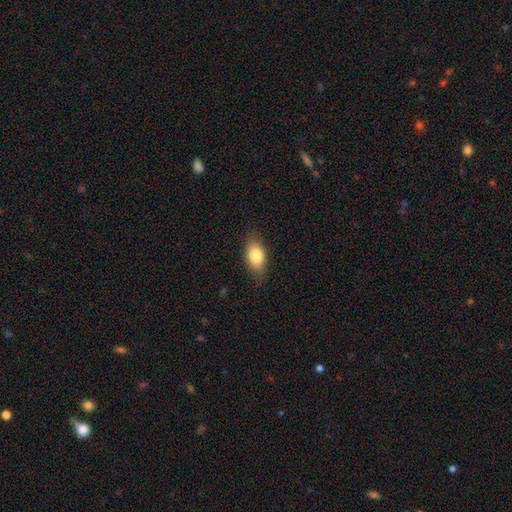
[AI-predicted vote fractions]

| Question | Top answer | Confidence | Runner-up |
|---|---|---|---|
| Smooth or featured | smooth | 82% | featured or disk (11%) |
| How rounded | in between | 88% | round (9%) |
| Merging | none | 81% | minor disturbance (15%) |